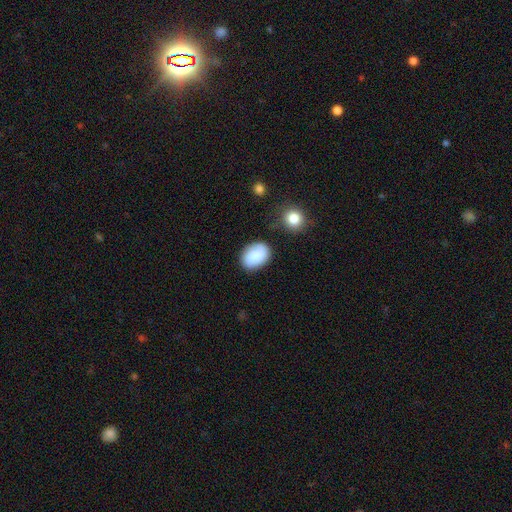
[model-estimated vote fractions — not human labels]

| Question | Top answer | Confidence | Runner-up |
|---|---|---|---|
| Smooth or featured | smooth | 77% | featured or disk (15%) |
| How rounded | in between | 73% | round (26%) |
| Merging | none | 76% | minor disturbance (16%) |